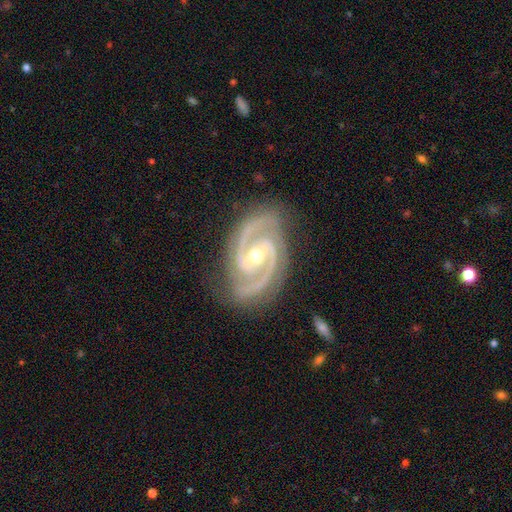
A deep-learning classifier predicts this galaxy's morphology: smooth-or-featured: featured or disk: 94% | star or artifact: 4% | smooth: 2%
  disk-edge-on: no: 98% | yes: 2%
    bar: no: 39% | weak: 35% | strong: 25%
    has-spiral-arms: yes: 99% | no: 1%
      spiral-winding: tight: 52% | medium: 44% | loose: 4%
      spiral-arm-count: 2: 90% | 3: 6% | can't tell: 1% | 4: 1% | 1: 1% | more than 4: 1%
    bulge-size: moderate: 54% | small: 43% | large: 1% | none: 1% | dominant: 1%
  merging: none: 83% | minor disturbance: 12% | major disturbance: 3% | merger: 1%